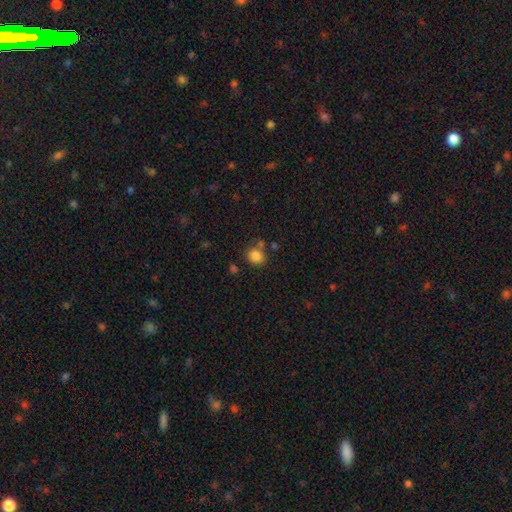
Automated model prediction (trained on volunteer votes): This appears to be a smooth galaxy with no disk features (83%) that is round (77%). Merging: none (73%).